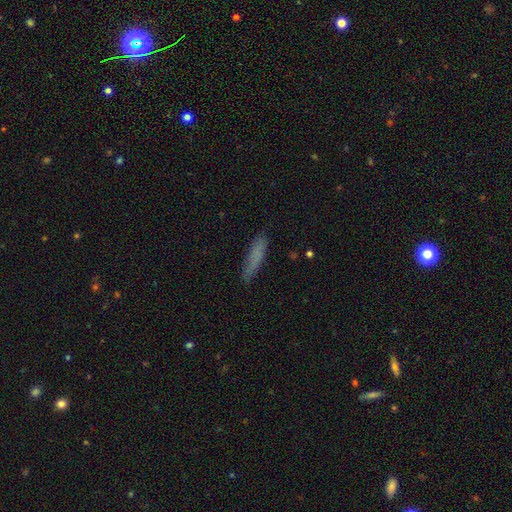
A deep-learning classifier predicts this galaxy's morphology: A smooth galaxy with no disk features (74%) that is cigar-shaped (87%). Merging: none (79%).